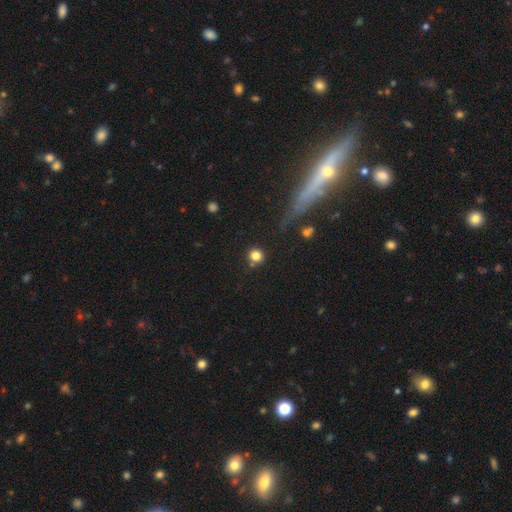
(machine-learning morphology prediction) type=smooth (82%); roundness=round (93%); merging=none (82%).